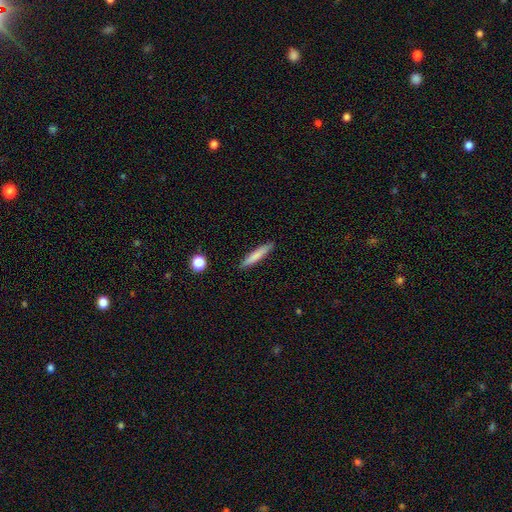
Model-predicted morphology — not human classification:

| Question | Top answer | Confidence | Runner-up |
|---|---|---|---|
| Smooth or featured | smooth | 76% | featured or disk (18%) |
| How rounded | cigar-shaped | 92% | in between (7%) |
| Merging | none | 89% | minor disturbance (8%) |